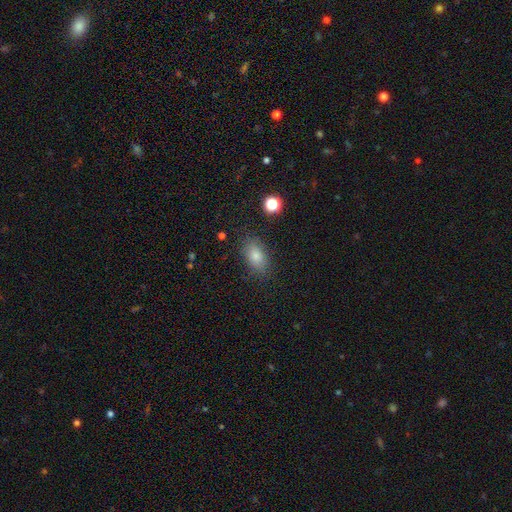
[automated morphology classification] Smooth or featured? smooth (78%)
How rounded? in between (85%)
Merging? none (84%)